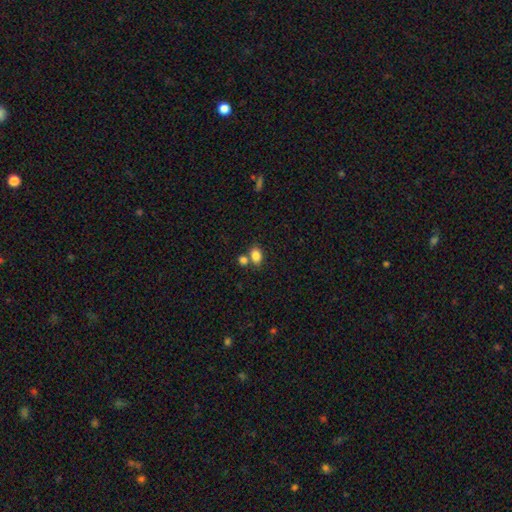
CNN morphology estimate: A smooth galaxy with no disk features (84%) that is in between round and cigar-shaped (76%). Merging: none (55%).